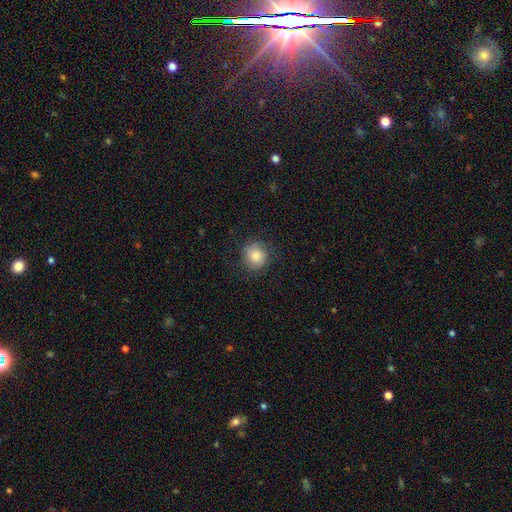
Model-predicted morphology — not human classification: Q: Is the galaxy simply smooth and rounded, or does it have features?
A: smooth — 76%.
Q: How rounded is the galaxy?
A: round — 88%.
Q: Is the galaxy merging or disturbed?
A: none — 78%.